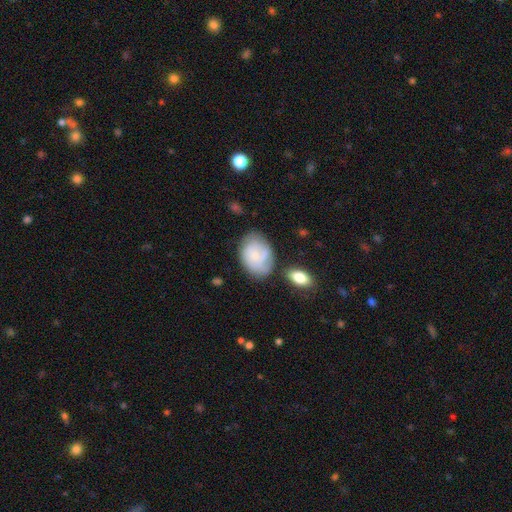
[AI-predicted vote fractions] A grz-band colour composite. It shows a smooth galaxy with no disk features (47%). Merging: none (59%).